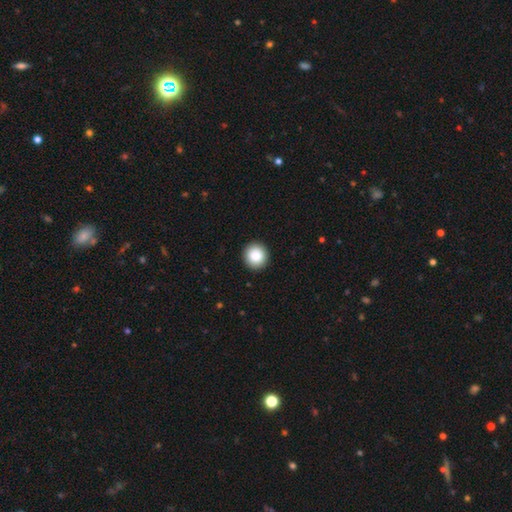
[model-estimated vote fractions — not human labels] Smooth or featured: smooth — 88% (star or artifact — 8%)
How rounded: round — 93% (in between — 6%)
Merging: none — 93% (minor disturbance — 5%)